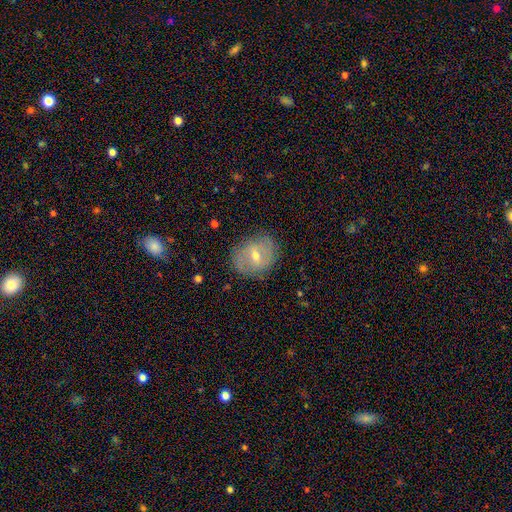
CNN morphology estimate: This appears to be a featured or disk galaxy (55%) with a weak bar (53%), spiral arms (53%) and a moderate central bulge (57%). Merging: none (80%).